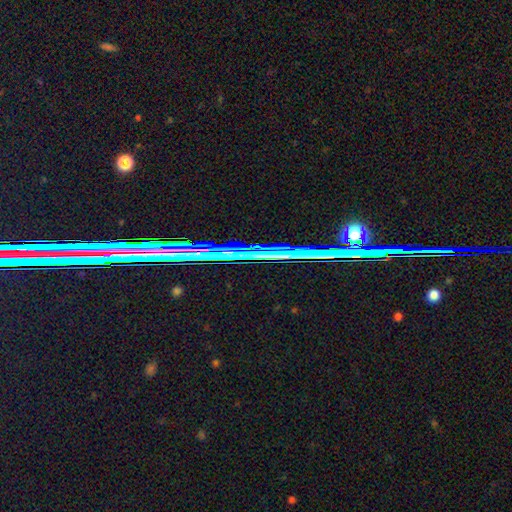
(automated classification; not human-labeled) Morphology: type=star or artifact (78%).